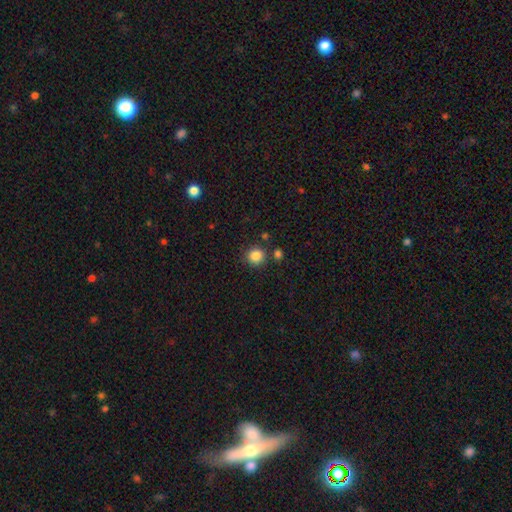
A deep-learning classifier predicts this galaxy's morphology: A smooth galaxy with no disk features (84%) that is round (92%).

Vote fractions:
- Smooth or featured? smooth: 84% / star or artifact: 11% / featured or disk: 4%
- How rounded? round: 92% / in between: 7% / cigar-shaped: 1%
- Merging? none: 84% / minor disturbance: 8% / merger: 6% / major disturbance: 3%